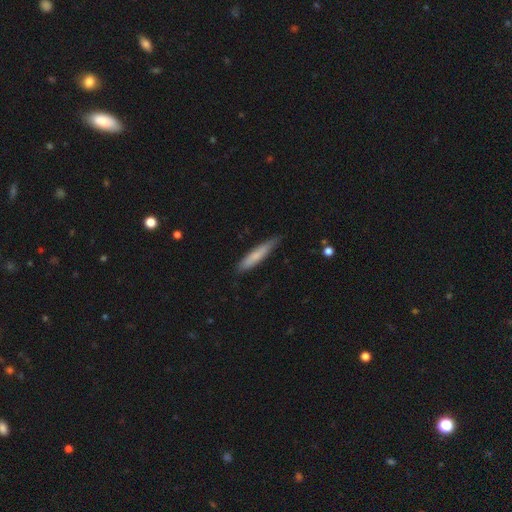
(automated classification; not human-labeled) smooth_or_featured: smooth (p=0.73) [alt: featured or disk p=0.22]
how_rounded: cigar-shaped (p=0.90) [alt: in between p=0.09]
merging: none (p=0.76) [alt: minor disturbance p=0.20]